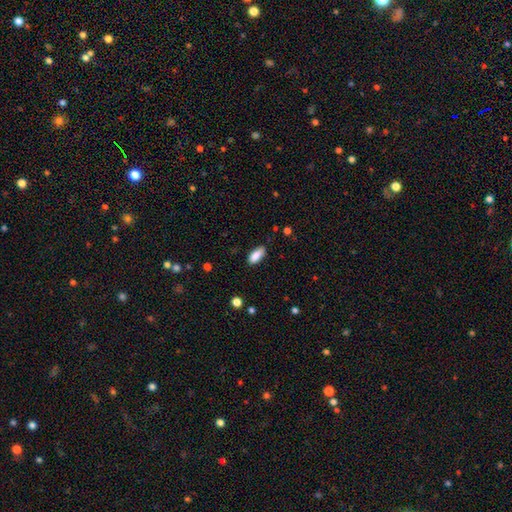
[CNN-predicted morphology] Overall: smooth (88%). How rounded: in between (83%). Merging: none (82%).